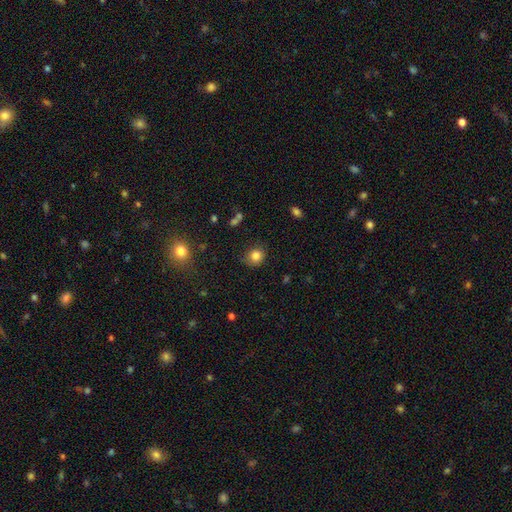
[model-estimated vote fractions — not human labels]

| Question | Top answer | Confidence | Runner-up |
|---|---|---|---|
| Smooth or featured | smooth | 84% | star or artifact (11%) |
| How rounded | round | 79% | in between (20%) |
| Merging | none | 75% | minor disturbance (19%) |